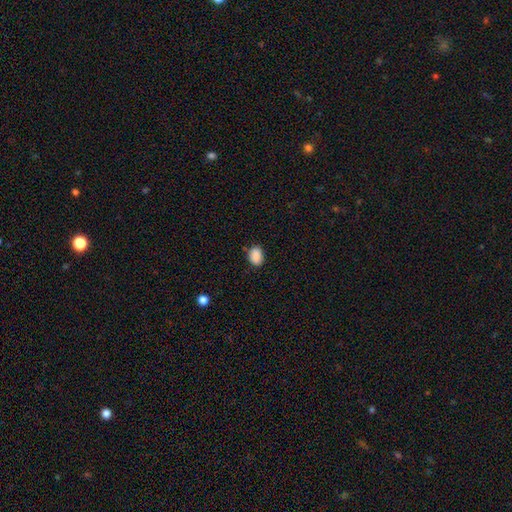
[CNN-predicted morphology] Overall: smooth (88%). How rounded: in between (74%). Merging: none (79%).